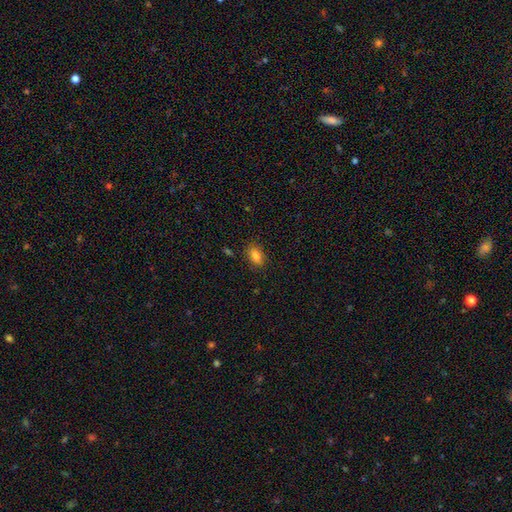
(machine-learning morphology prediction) Smooth or featured: smooth — 82% (star or artifact — 10%)
How rounded: in between — 85% (round — 12%)
Merging: none — 83% (minor disturbance — 13%)